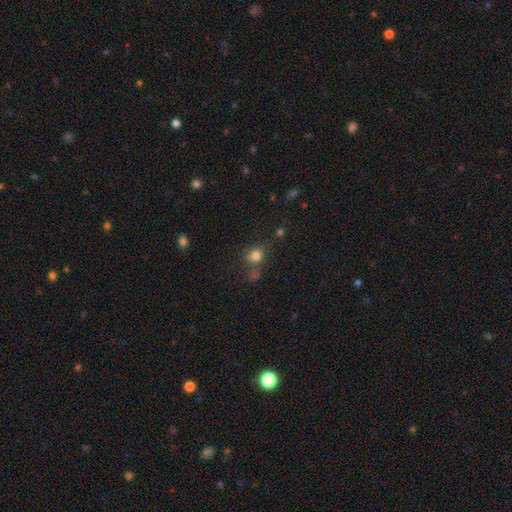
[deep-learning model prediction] This appears to be a smooth galaxy with no disk features (77%) that is round (68%). Merging: none (57%).